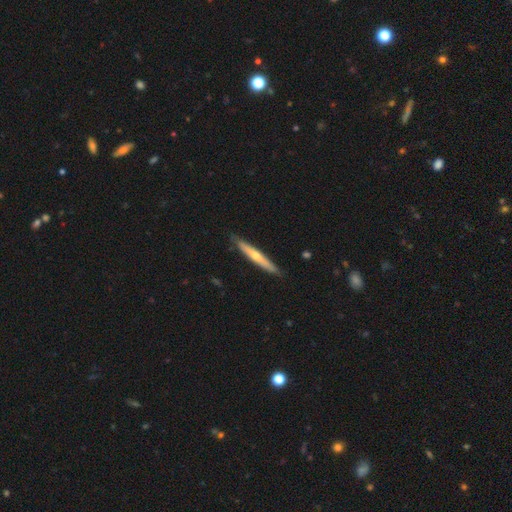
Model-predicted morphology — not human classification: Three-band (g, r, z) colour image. It shows a featured or disk galaxy (52%) viewed edge-on (93%). Merging: none (87%).